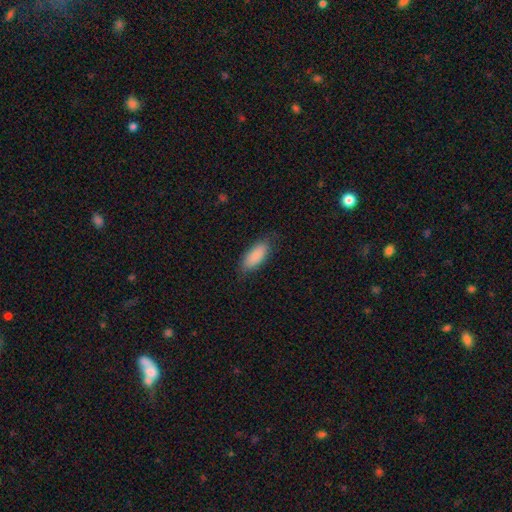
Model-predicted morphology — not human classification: This appears to be a smooth galaxy with no disk features (88%) that is in between round and cigar-shaped (81%). Merging: none (80%).